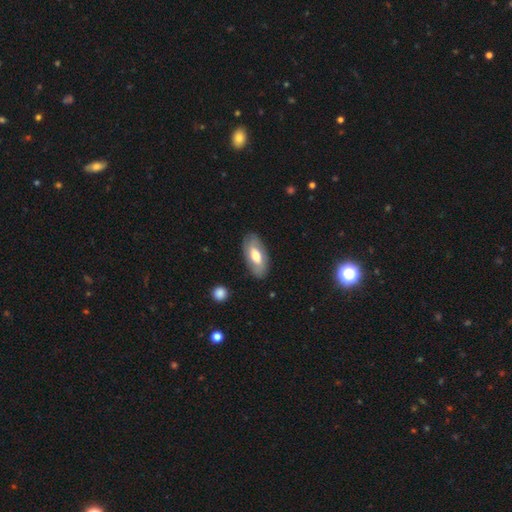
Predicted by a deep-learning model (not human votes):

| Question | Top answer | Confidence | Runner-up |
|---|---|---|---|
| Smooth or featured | smooth | 55% | featured or disk (40%) |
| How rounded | in between | 91% | cigar-shaped (7%) |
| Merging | none | 83% | minor disturbance (12%) |